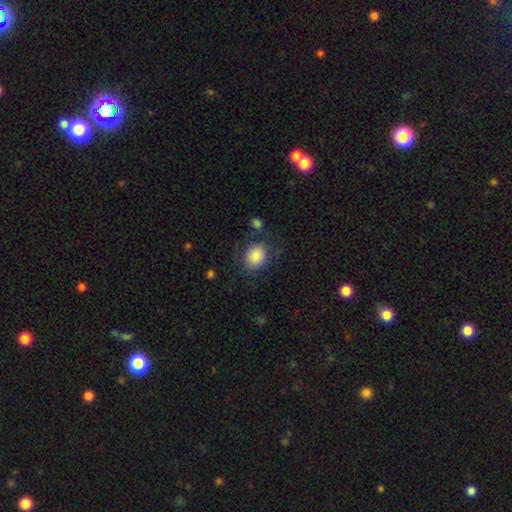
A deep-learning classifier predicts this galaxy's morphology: This appears to be a smooth galaxy with no disk features (86%) that is round (60%). Merging: none (70%).